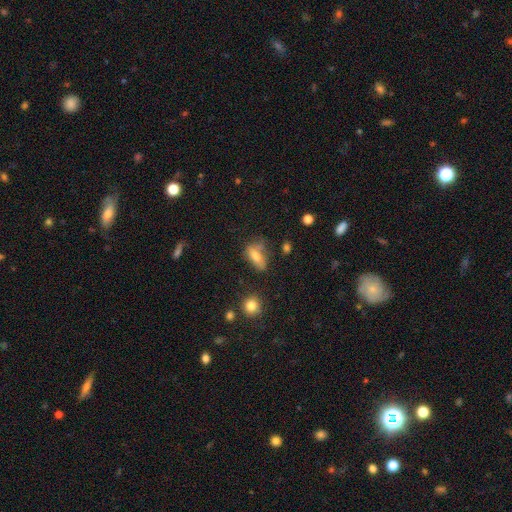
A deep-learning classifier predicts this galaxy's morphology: Smooth or featured? Predicted: smooth (p=0.65). How rounded? Predicted: in between (p=0.71). Merging? Predicted: none (p=0.51).